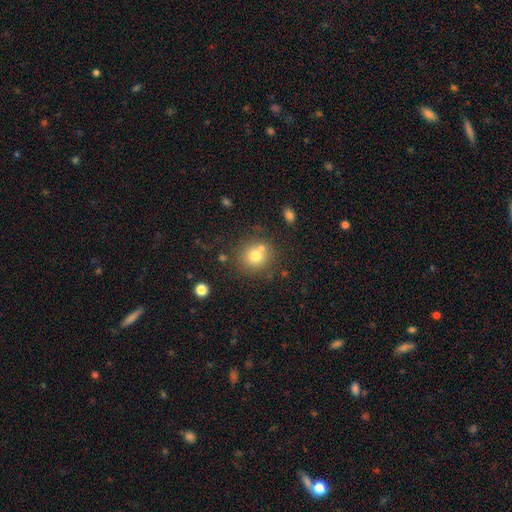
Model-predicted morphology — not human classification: Smooth or featured? Predicted: smooth (p=0.73). How rounded? Predicted: round (p=0.87). Merging? Predicted: none (p=0.66).